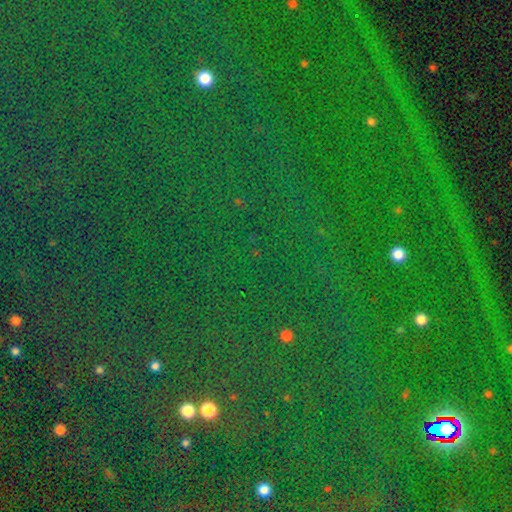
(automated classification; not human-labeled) Smooth or featured: star or artifact — 83% (smooth — 10%)